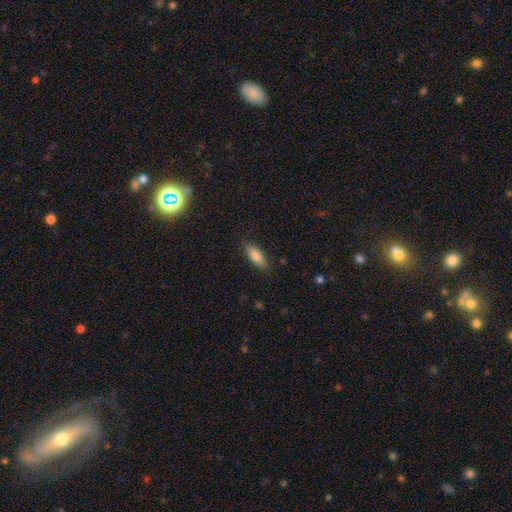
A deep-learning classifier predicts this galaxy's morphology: This appears to be a smooth galaxy with no disk features (82%) that is in between round and cigar-shaped (69%). Merging: none (84%).